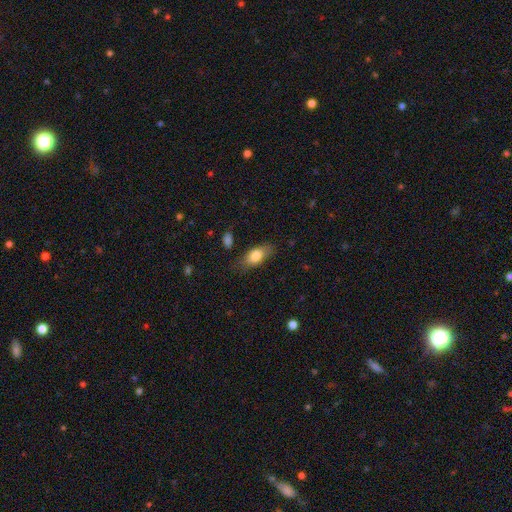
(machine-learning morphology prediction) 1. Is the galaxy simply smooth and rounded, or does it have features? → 79% smooth, 14% featured or disk, 7% star or artifact.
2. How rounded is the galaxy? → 84% in between, 11% cigar-shaped, 6% round.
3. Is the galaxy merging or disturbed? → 72% none, 20% minor disturbance, 6% major disturbance, 2% merger.